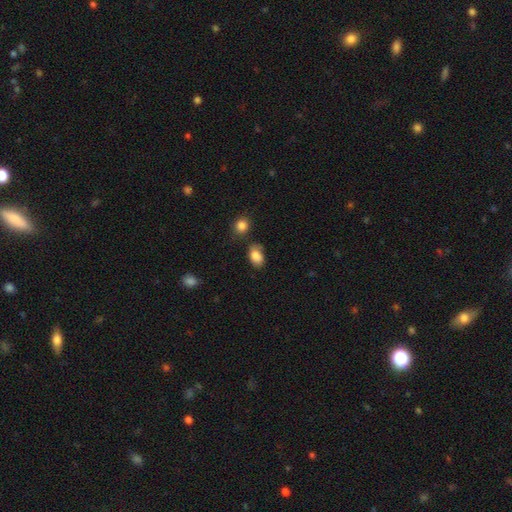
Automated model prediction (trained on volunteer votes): A smooth galaxy with no disk features (85%) that is in between round and cigar-shaped (83%). Merging: none (66%).